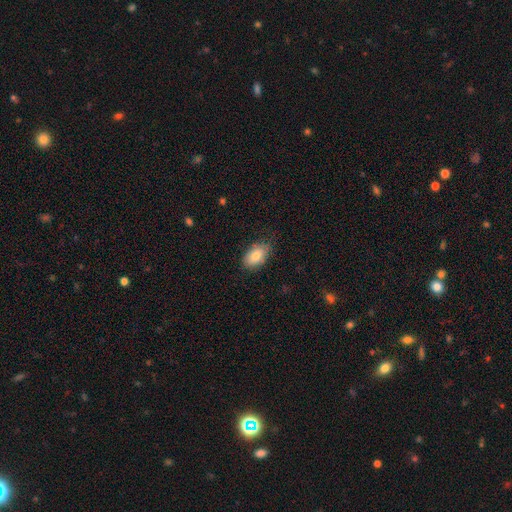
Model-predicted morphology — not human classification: Smooth or featured: smooth — 82% (featured or disk — 11%)
How rounded: in between — 92% (round — 6%)
Merging: none — 76% (minor disturbance — 20%)